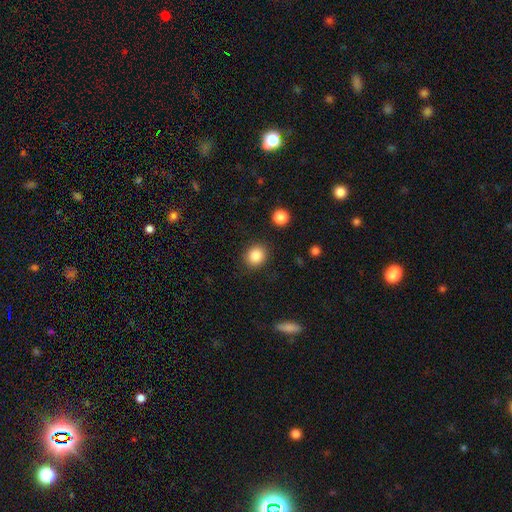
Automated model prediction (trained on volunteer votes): Smooth or featured: smooth — 86% (star or artifact — 9%)
How rounded: round — 74% (in between — 25%)
Merging: none — 87% (minor disturbance — 8%)